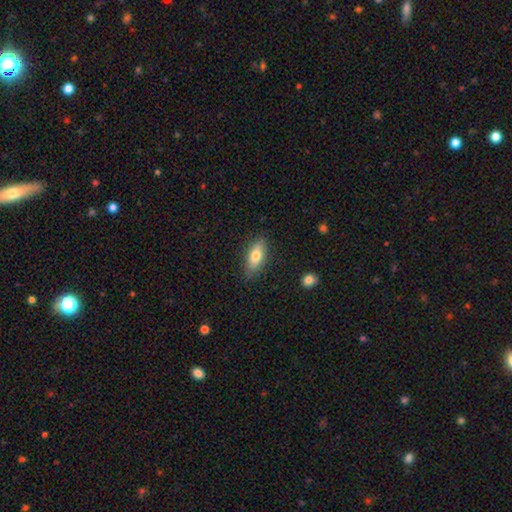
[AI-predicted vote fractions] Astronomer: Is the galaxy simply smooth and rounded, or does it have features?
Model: smooth — 72%.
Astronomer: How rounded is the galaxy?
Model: in between — 75%.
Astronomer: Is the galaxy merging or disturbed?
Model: none — 84%.